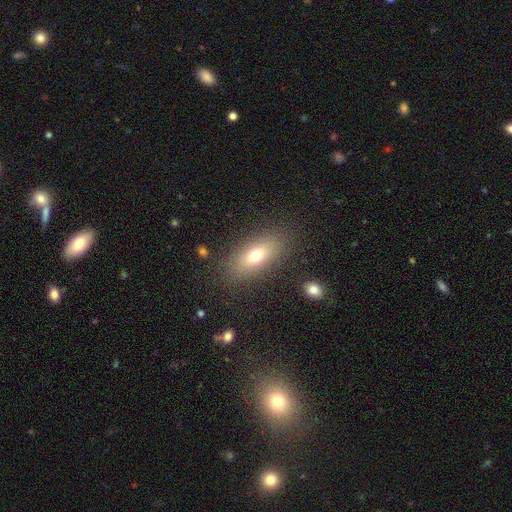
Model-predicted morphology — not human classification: Smooth or featured?
  - smooth: 69% *
  - featured or disk: 20%
  - star or artifact: 10%
How rounded?
  - in between: 79% *
  - cigar-shaped: 14%
  - round: 6%
Merging?
  - none: 85% *
  - minor disturbance: 9%
  - major disturbance: 4%
  - merger: 2%